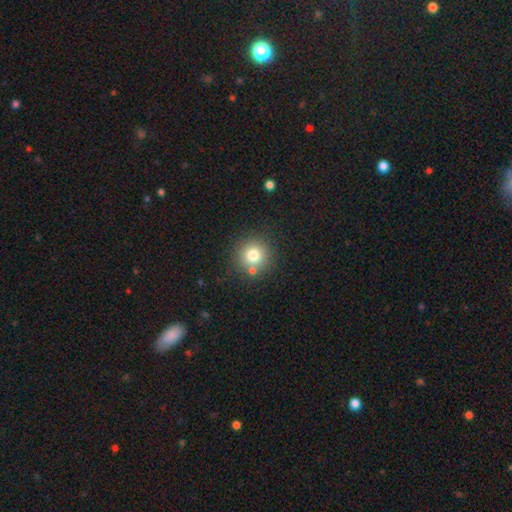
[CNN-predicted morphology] Q: Smooth or featured?
A: smooth (60%); runner-up: star or artifact (32%)
Q: How rounded?
A: round (89%); runner-up: in between (10%)
Q: Merging?
A: none (88%); runner-up: minor disturbance (7%)